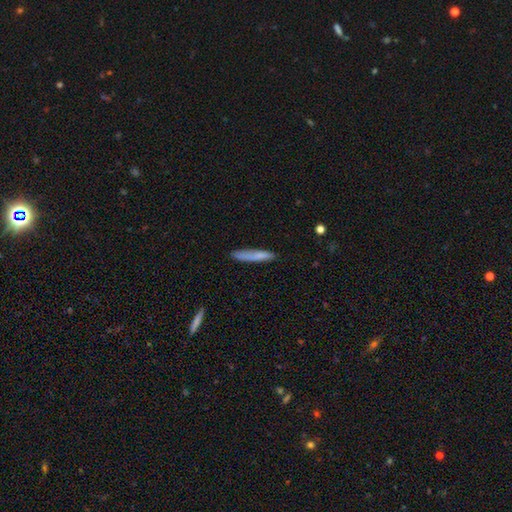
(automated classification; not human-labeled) Smooth or featured? Predicted: smooth (p=0.76). How rounded? Predicted: cigar-shaped (p=0.92). Merging? Predicted: none (p=0.79).